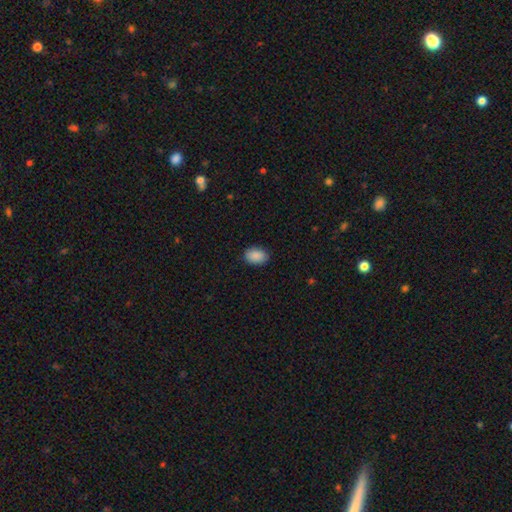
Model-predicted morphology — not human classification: Smooth or featured?
  - smooth: 90% *
  - star or artifact: 7%
  - featured or disk: 3%
How rounded?
  - in between: 84% *
  - round: 15%
  - cigar-shaped: 1%
Merging?
  - none: 88% *
  - minor disturbance: 9%
  - major disturbance: 2%
  - merger: 1%